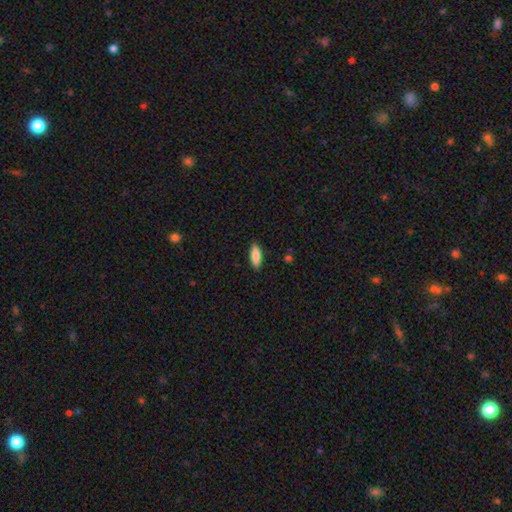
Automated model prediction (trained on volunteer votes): This appears to be a smooth galaxy with no disk features (84%) that is in between round and cigar-shaped (66%). Merging: none (89%).